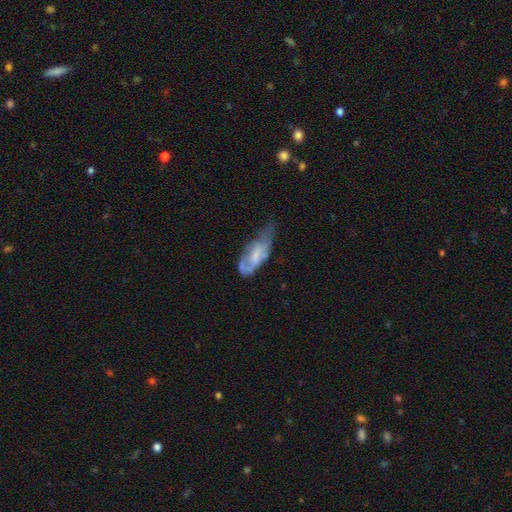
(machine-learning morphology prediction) Smooth or featured: smooth — 47% (featured or disk — 45%)
Merging: minor disturbance — 39% (major disturbance — 31%)